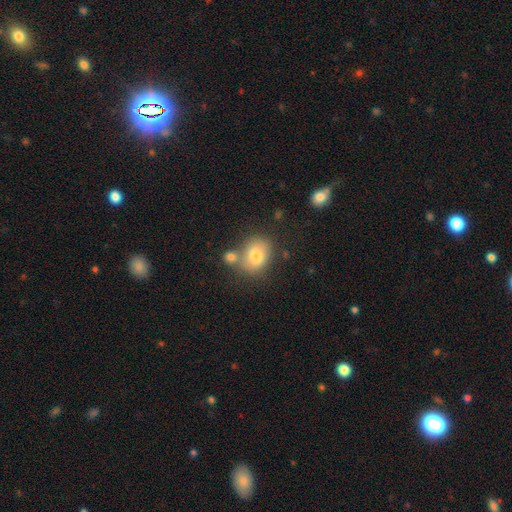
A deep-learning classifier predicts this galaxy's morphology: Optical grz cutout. It shows a smooth galaxy with no disk features (77%) that is in between round and cigar-shaped (54%). Merging: none (55%).